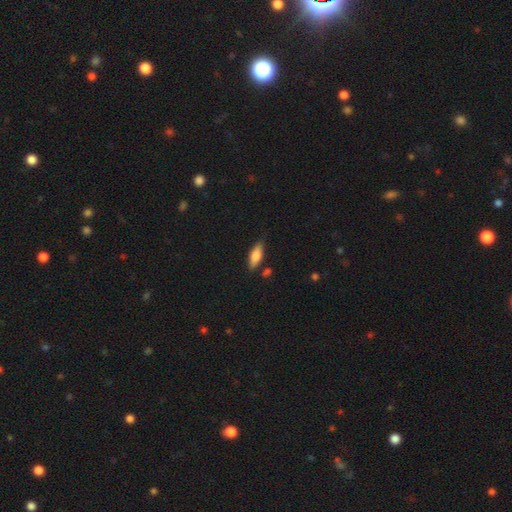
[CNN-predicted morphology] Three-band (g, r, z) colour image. It shows a smooth galaxy with no disk features (71%) that is in between round and cigar-shaped (67%). Merging: none (77%).